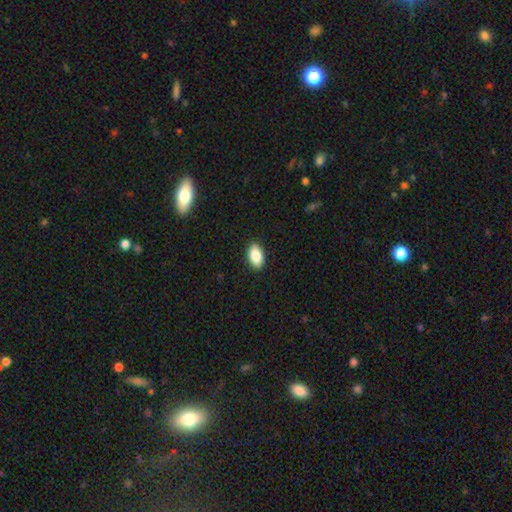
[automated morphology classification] Smooth or featured: smooth — 86% (featured or disk — 7%)
How rounded: in between — 92% (round — 5%)
Merging: none — 90% (minor disturbance — 7%)